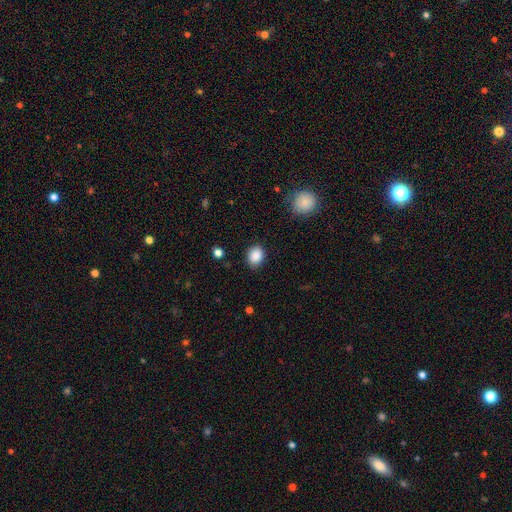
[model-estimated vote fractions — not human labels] Morphology: type=smooth (88%); roundness=in between (51%); merging=none (85%).